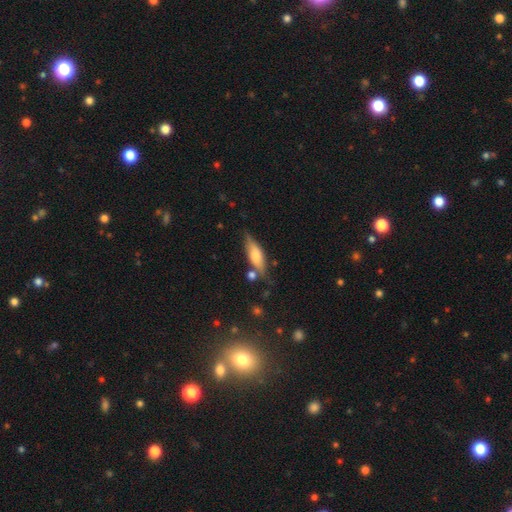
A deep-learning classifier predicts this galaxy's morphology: Smooth or featured? Predicted: smooth (p=0.62). How rounded? Predicted: in between (p=0.54). Merging? Predicted: none (p=0.65).